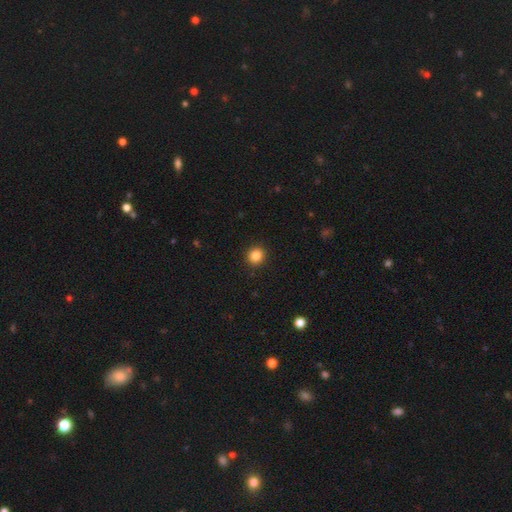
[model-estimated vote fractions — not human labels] Morphology: type=smooth (85%); roundness=round (88%); merging=none (92%).